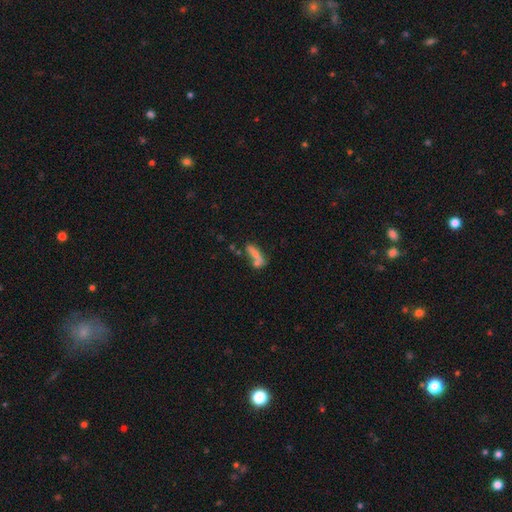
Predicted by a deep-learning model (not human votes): The model was most divided on "merging": merger: 41%, none: 32%, minor disturbance: 14%, major disturbance: 13%. More confident: smooth or featured — smooth (63%); how rounded — cigar-shaped (54%).